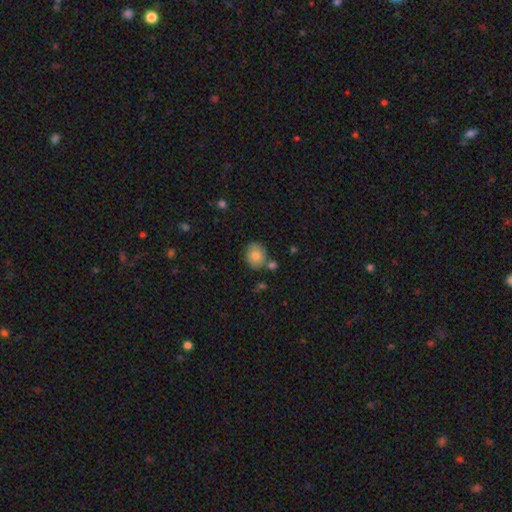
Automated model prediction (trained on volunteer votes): Smooth or featured? Predicted: smooth (p=0.81). How rounded? Predicted: round (p=0.60). Merging? Predicted: none (p=0.72).